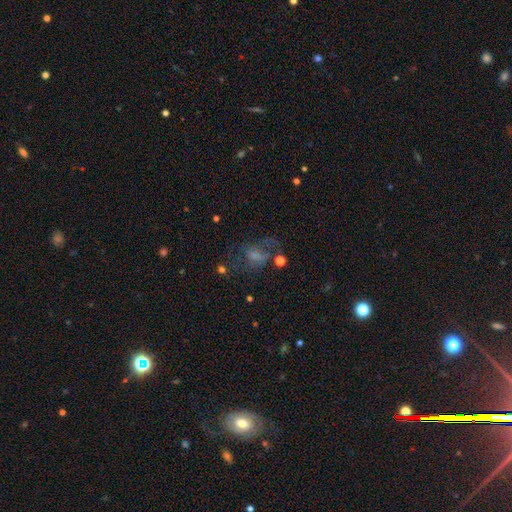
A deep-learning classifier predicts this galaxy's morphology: Smooth or featured: featured or disk — 42% (smooth — 39%)
Merging: major disturbance — 41% (none — 34%)